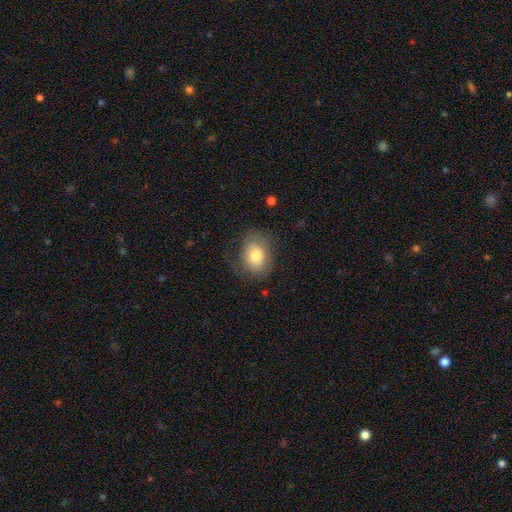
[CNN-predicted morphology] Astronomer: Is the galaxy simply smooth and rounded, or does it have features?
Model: smooth — 78%.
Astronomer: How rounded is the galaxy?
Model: in between — 59% (runner-up: round, 40%).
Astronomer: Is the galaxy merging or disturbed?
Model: none — 70%.